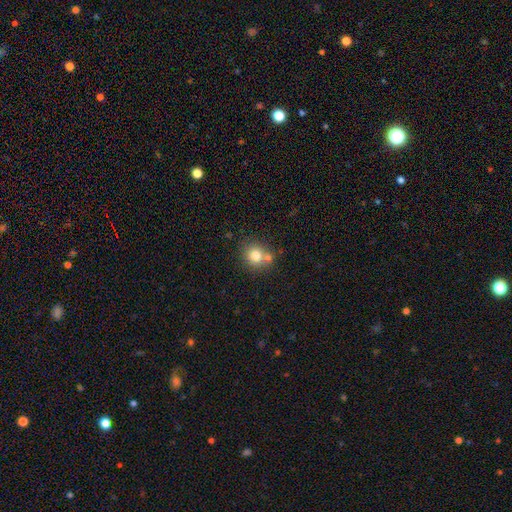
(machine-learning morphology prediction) Q: Smooth or featured?
A: smooth (77%); runner-up: featured or disk (12%)
Q: How rounded?
A: round (83%); runner-up: in between (16%)
Q: Merging?
A: none (58%); runner-up: merger (28%)